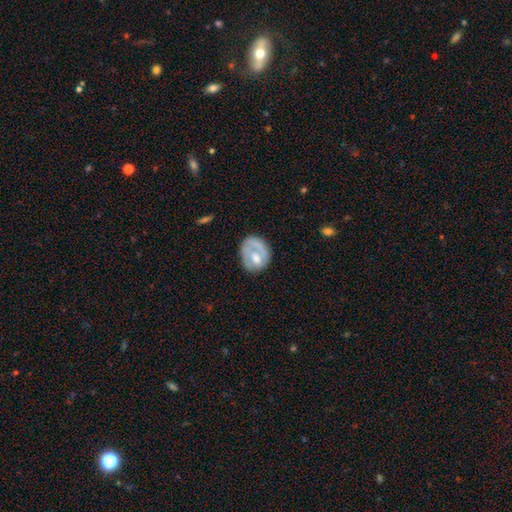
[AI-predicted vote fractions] Smooth or featured? Predicted: featured or disk (p=0.47, tied with smooth). Merging? Predicted: none (p=0.51).